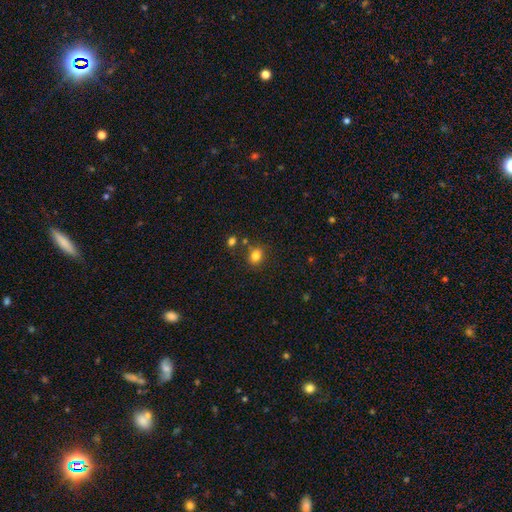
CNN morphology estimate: Smooth or featured? Predicted: smooth (p=0.82). How rounded? Predicted: round (p=0.52). Merging? Predicted: none (p=0.77).